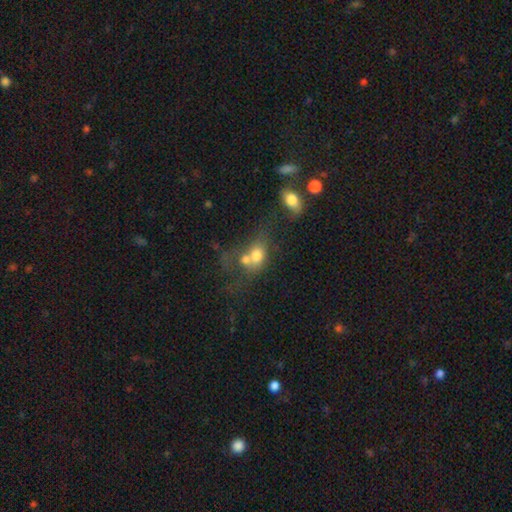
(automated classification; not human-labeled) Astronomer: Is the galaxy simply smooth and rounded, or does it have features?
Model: smooth — 68%.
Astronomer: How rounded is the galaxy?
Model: in between — 53% (runner-up: round, 45%).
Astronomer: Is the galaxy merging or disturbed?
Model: merger — 57%.